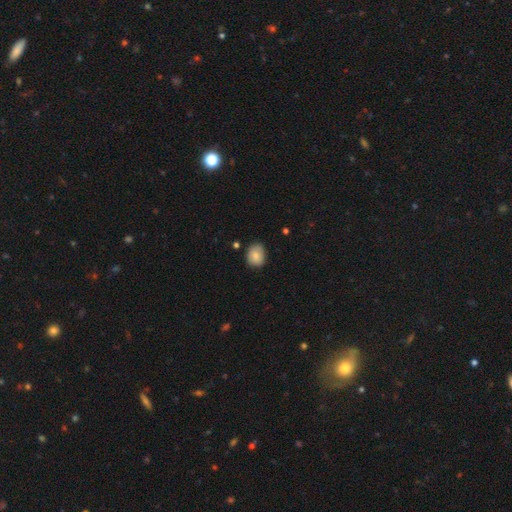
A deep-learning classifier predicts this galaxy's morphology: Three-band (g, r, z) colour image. It shows a smooth galaxy with no disk features (84%) that is in between round and cigar-shaped (53%). Merging: none (76%).